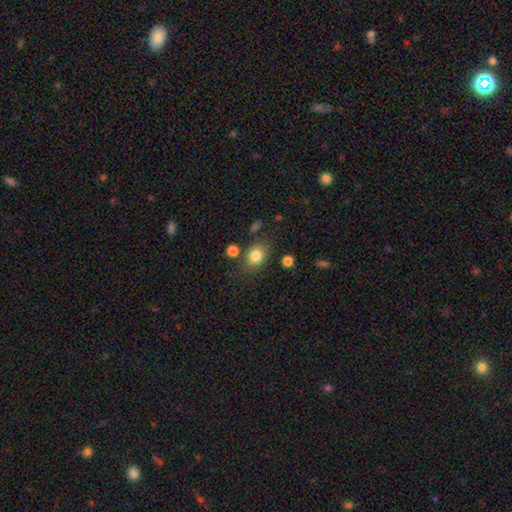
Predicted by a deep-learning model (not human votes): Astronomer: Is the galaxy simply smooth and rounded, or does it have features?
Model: smooth — 82%.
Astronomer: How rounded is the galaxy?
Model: in between — 61% (runner-up: round, 38%).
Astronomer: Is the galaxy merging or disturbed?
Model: none — 75%.